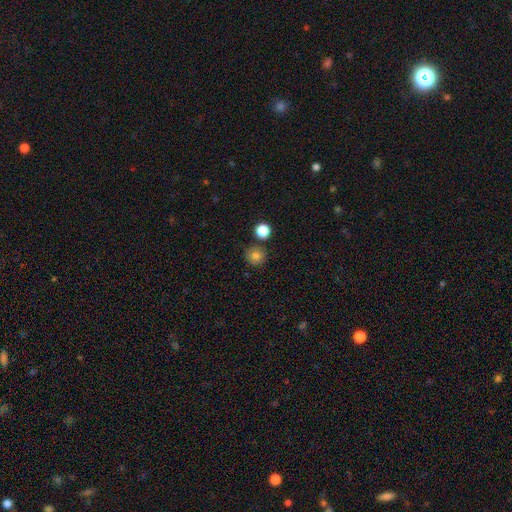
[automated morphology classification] smooth-or-featured: smooth: 81% | star or artifact: 12% | featured or disk: 7%
  how-rounded: round: 94% | in between: 6% | cigar-shaped: 1%
  merging: none: 83% | minor disturbance: 7% | merger: 7% | major disturbance: 2%